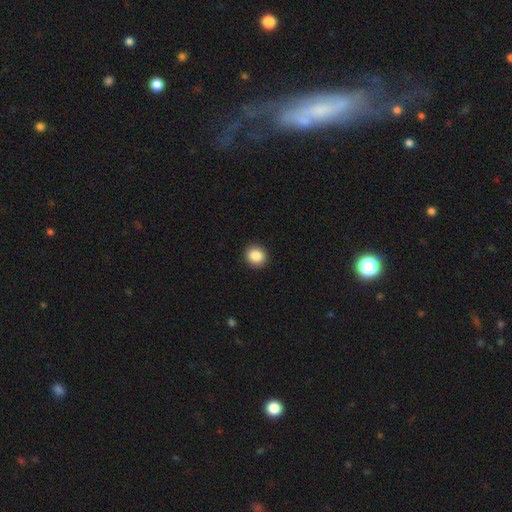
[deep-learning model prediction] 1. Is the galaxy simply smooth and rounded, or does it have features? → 87% smooth, 9% star or artifact, 4% featured or disk.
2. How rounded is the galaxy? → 85% round, 14% in between, 1% cigar-shaped.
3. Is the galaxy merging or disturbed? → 93% none, 5% minor disturbance, 2% major disturbance, 1% merger.